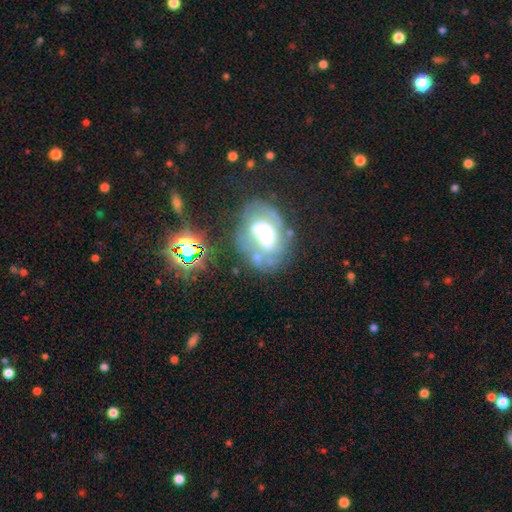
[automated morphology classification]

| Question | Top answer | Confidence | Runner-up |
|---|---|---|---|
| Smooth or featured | featured or disk | 69% | smooth (17%) |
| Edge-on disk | no | 96% | yes (4%) |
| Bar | no | 46% | weak (37%) |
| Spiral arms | yes | 74% | no (26%) |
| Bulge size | moderate | 46% | large (27%) |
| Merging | none | 56% | minor disturbance (21%) |